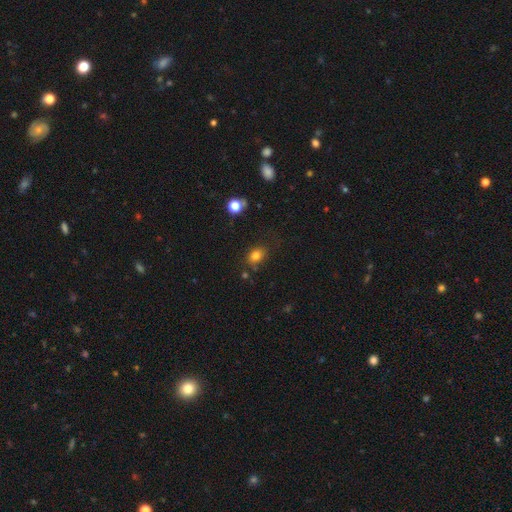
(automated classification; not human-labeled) This appears to be a smooth galaxy with no disk features (79%) that is in between round and cigar-shaped (61%). Merging: none (74%).